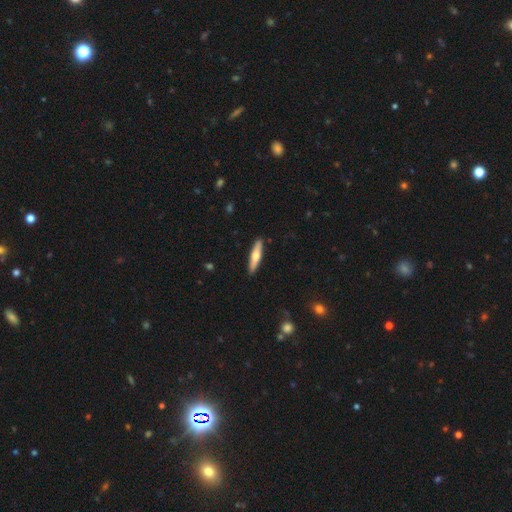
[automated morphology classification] The model was most divided on "smooth or featured": smooth: 56%, featured or disk: 39%, star or artifact: 5%. More confident: merging — none (90%); how rounded — cigar-shaped (82%).